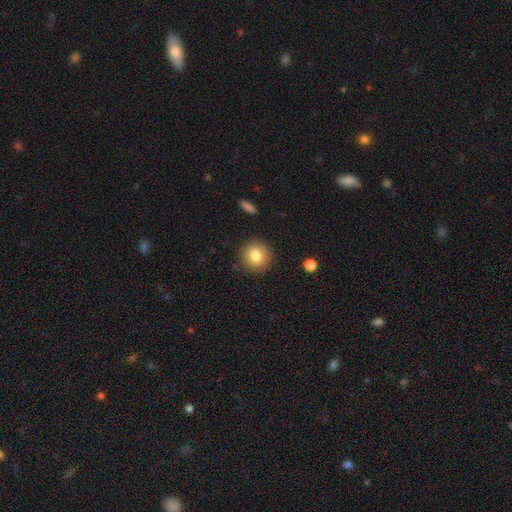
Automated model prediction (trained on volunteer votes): Smooth or featured? Predicted: smooth (p=0.82). How rounded? Predicted: round (p=0.90). Merging? Predicted: none (p=0.88).